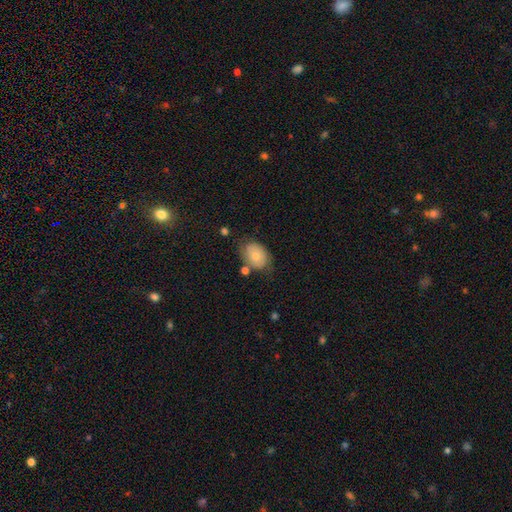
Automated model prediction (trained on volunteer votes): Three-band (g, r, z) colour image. It shows a smooth galaxy with no disk features (75%) that is in between round and cigar-shaped (79%). Merging: none (63%).